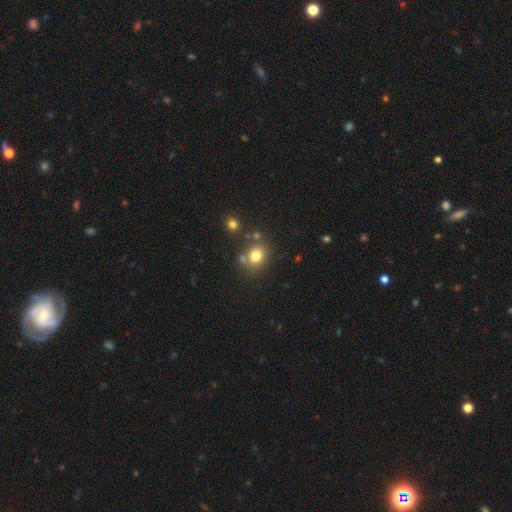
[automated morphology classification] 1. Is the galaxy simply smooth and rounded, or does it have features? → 77% smooth, 14% star or artifact, 9% featured or disk.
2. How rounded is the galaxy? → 64% round, 35% in between, 1% cigar-shaped.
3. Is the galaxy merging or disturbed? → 70% none, 14% merger, 12% minor disturbance, 4% major disturbance.